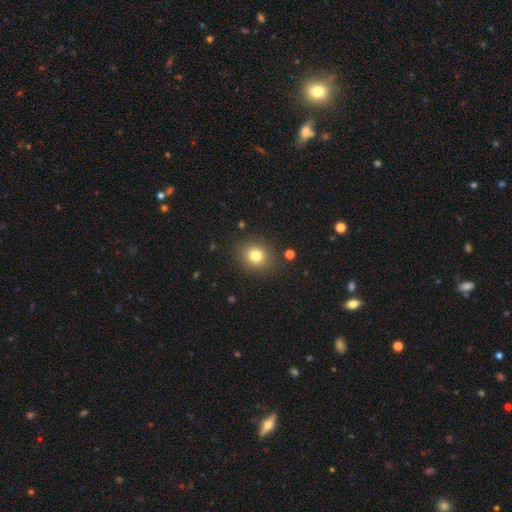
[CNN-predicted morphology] Smooth or featured? Predicted: smooth (p=0.79). How rounded? Predicted: round (p=0.73). Merging? Predicted: none (p=0.86).